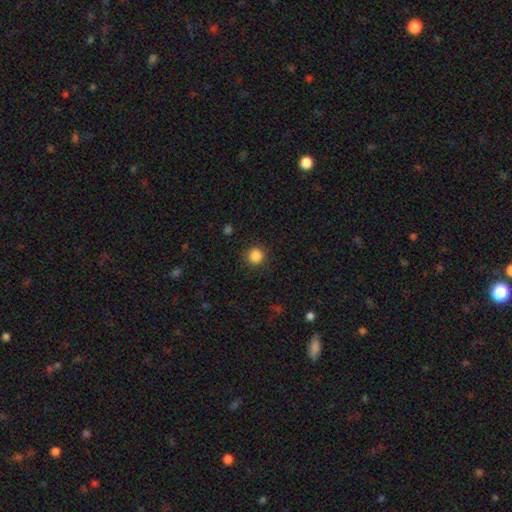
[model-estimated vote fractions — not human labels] Smooth or featured? smooth (86%)
How rounded? round (94%)
Merging? none (90%)